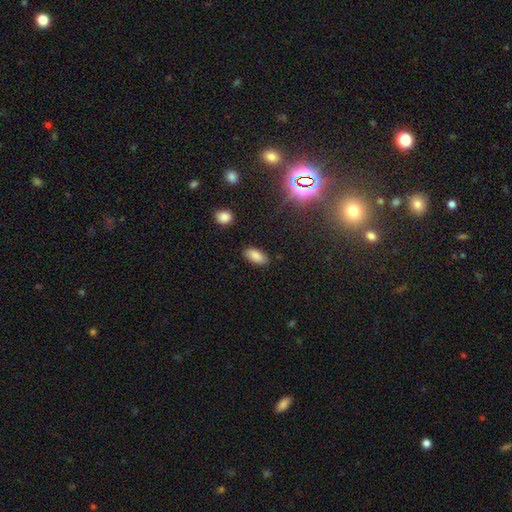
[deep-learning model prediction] The model was most divided on "merging": none: 85%, minor disturbance: 11%, major disturbance: 2%, merger: 2%. More confident: how rounded — in between (91%); smooth or featured — smooth (85%).